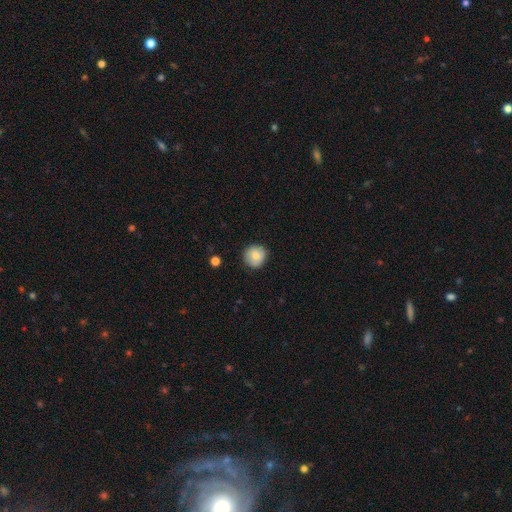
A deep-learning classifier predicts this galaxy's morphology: Smooth or featured? Predicted: smooth (p=0.80). How rounded? Predicted: round (p=0.93). Merging? Predicted: none (p=0.86).